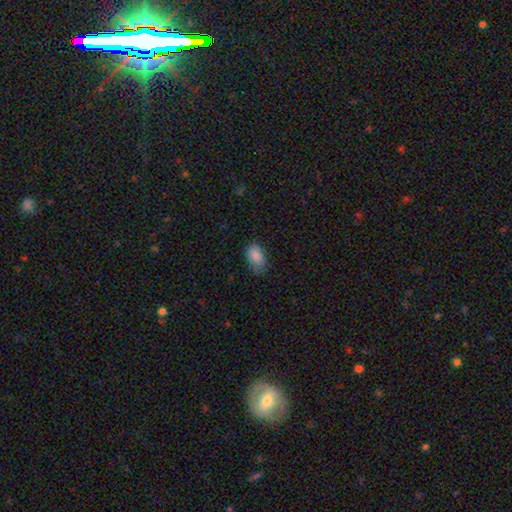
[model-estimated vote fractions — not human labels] Smooth or featured? Predicted: smooth (p=0.87). How rounded? Predicted: in between (p=0.90). Merging? Predicted: none (p=0.68).